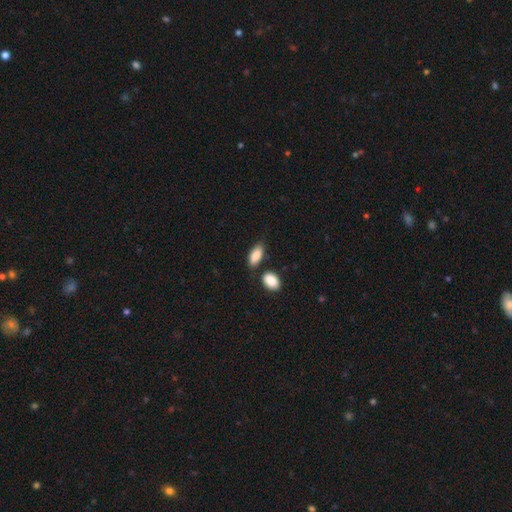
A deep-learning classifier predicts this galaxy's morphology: A smooth galaxy with no disk features (87%) that is in between round and cigar-shaped (89%).

Vote fractions:
- Smooth or featured? smooth: 87% / featured or disk: 7% / star or artifact: 6%
- How rounded? in between: 89% / cigar-shaped: 8% / round: 3%
- Merging? none: 69% / minor disturbance: 14% / merger: 13% / major disturbance: 4%